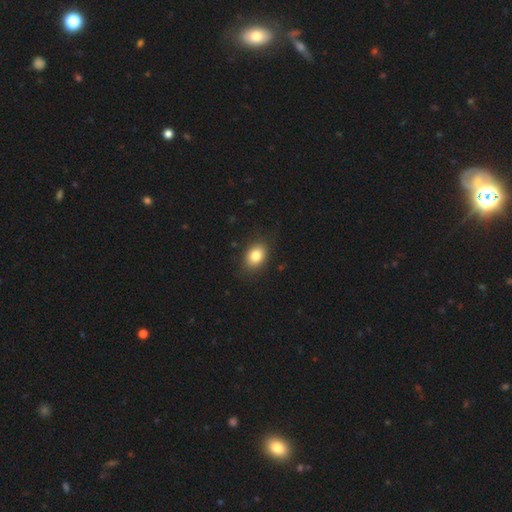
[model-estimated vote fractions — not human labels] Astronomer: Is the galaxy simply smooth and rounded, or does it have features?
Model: smooth — 82%.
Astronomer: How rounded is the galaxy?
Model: in between — 73%.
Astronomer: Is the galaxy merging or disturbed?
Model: none — 86%.